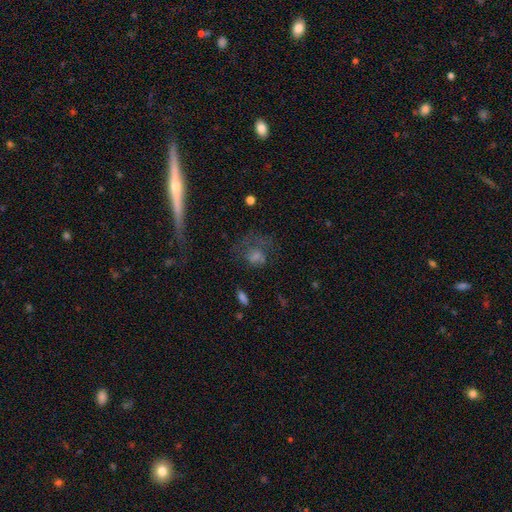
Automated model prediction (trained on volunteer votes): featured or disk 40%, smooth 38%, star or artifact 22%. Down the decision tree: merging — none (53%).